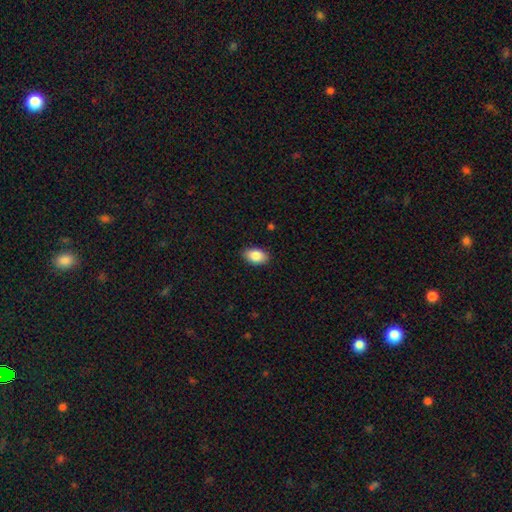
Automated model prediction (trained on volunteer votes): Smooth or featured: smooth — 86% (star or artifact — 7%)
How rounded: in between — 90% (round — 9%)
Merging: none — 87% (minor disturbance — 10%)